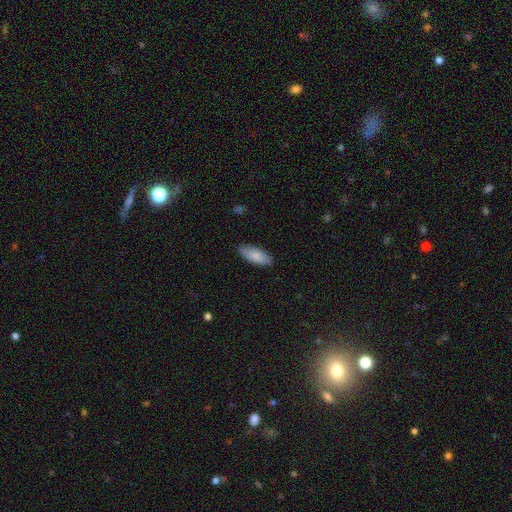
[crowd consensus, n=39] This is clearly a smooth galaxy (87%). How rounded: clearly in between (82%). Merging: clearly none (86%).